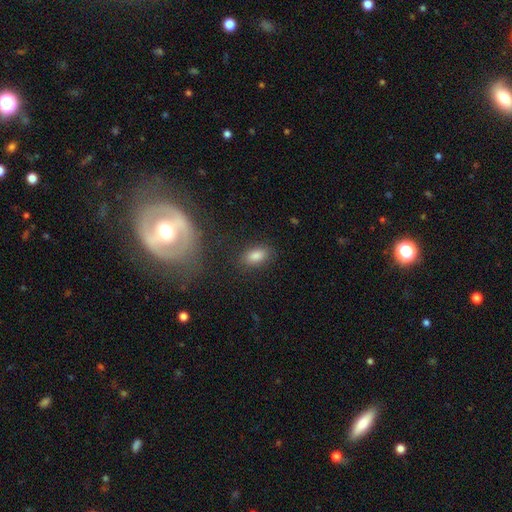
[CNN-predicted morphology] The model was most divided on "merging": none: 84%, minor disturbance: 10%, major disturbance: 4%, merger: 2%. More confident: how rounded — in between (89%); smooth or featured — smooth (84%).